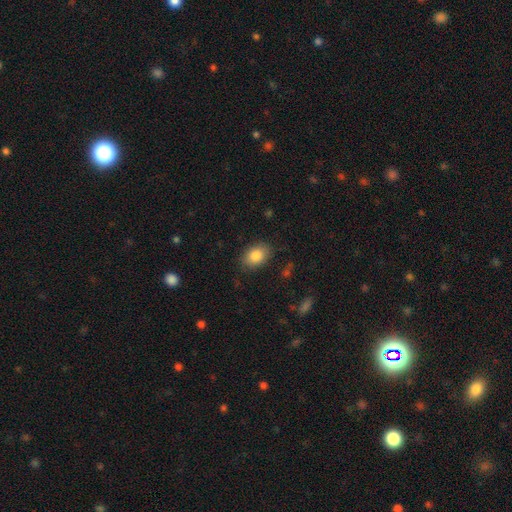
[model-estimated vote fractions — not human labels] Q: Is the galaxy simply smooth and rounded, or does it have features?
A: smooth — 85%.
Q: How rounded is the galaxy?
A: in between — 81%.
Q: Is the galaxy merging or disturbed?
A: none — 83%.